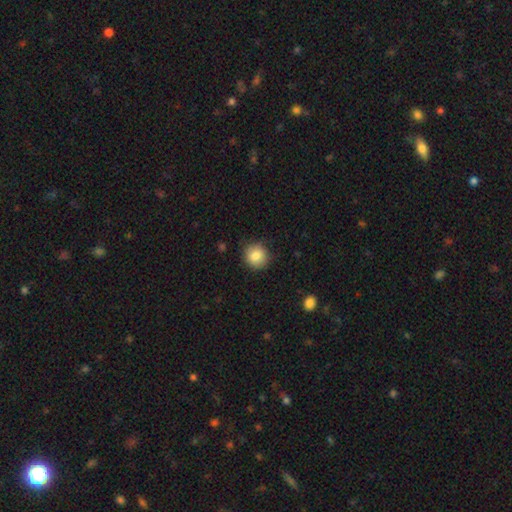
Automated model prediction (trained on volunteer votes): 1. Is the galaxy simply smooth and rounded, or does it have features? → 85% smooth, 9% star or artifact, 6% featured or disk.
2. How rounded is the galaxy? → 89% round, 11% in between, 1% cigar-shaped.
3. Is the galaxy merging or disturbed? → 86% none, 10% minor disturbance, 2% major disturbance, 1% merger.